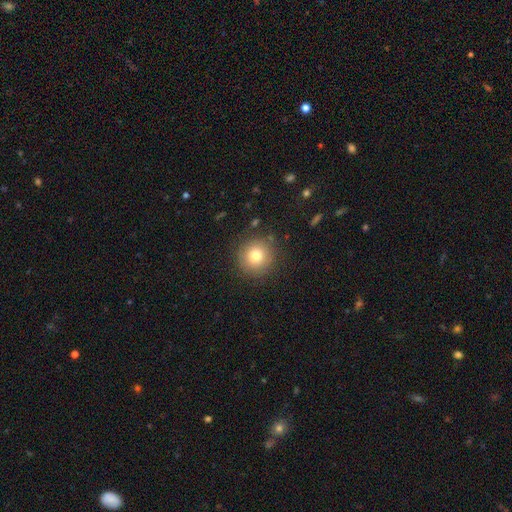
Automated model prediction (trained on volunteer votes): Q: Smooth or featured?
A: smooth (77%); runner-up: featured or disk (12%)
Q: How rounded?
A: round (94%); runner-up: in between (5%)
Q: Merging?
A: none (87%); runner-up: minor disturbance (8%)